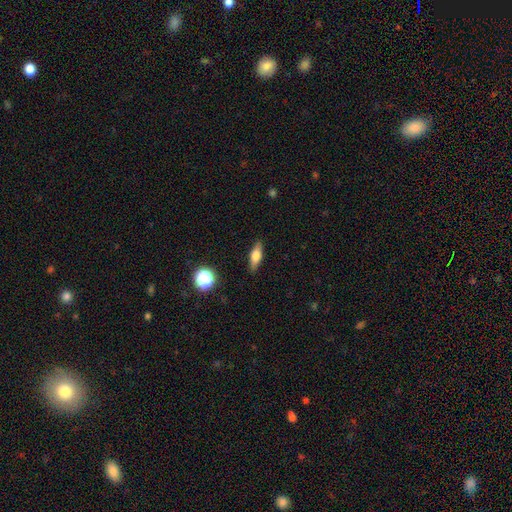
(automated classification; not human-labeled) A smooth galaxy with no disk features (64%) that is in between round and cigar-shaped (56%). Merging: none (87%).